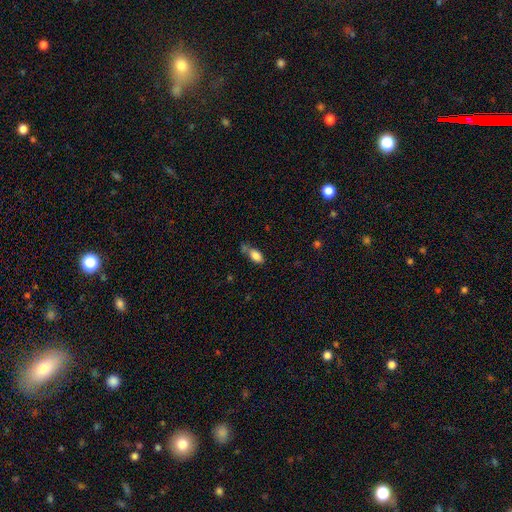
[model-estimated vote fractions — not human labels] A smooth galaxy with no disk features (83%) that is in between round and cigar-shaped (90%). Merging: none (46%).